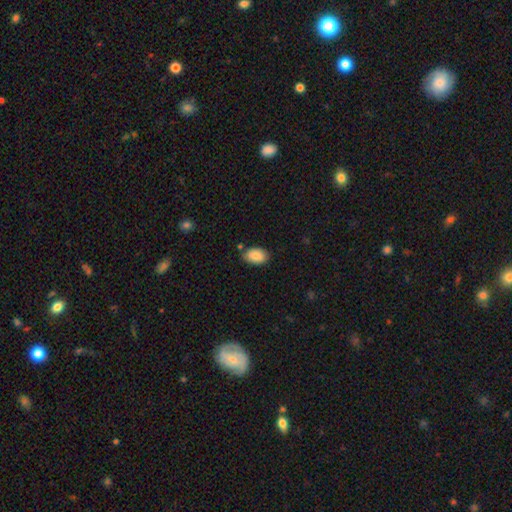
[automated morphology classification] smooth 87%, star or artifact 7%, featured or disk 6%. Down the decision tree: how rounded — in between (91%); merging — none (80%).